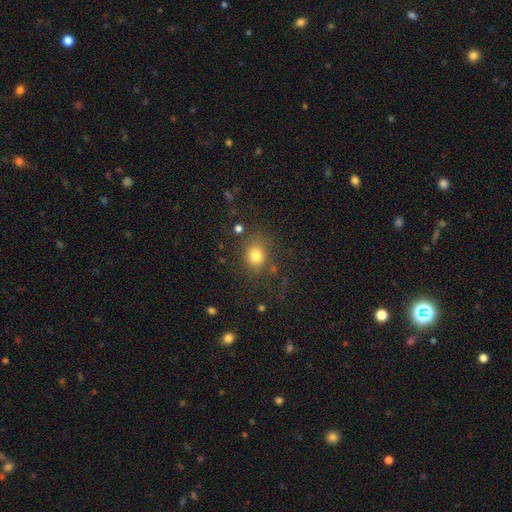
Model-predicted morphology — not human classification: The model was most divided on "how rounded": round: 72%, in between: 27%, cigar-shaped: 1%. More confident: smooth or featured — smooth (79%); merging — none (76%).